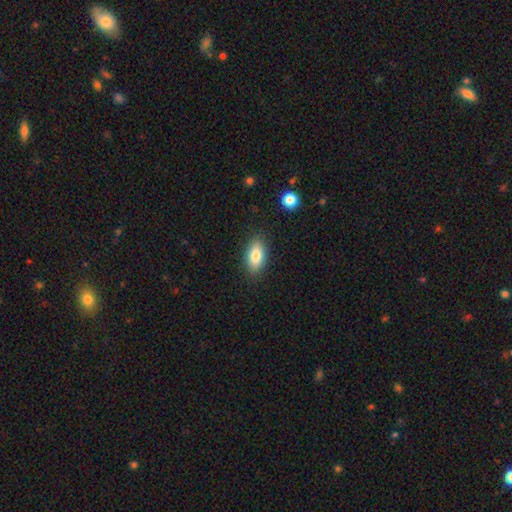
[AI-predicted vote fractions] Smooth or featured: smooth — 82% (featured or disk — 11%)
How rounded: in between — 89% (cigar-shaped — 7%)
Merging: none — 86% (minor disturbance — 10%)